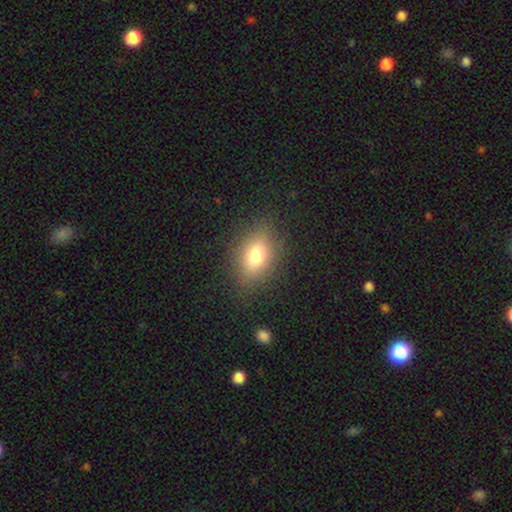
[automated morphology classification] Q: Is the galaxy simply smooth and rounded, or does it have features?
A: smooth — 75%.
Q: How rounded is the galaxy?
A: in between — 75%.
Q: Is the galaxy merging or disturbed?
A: none — 83%.